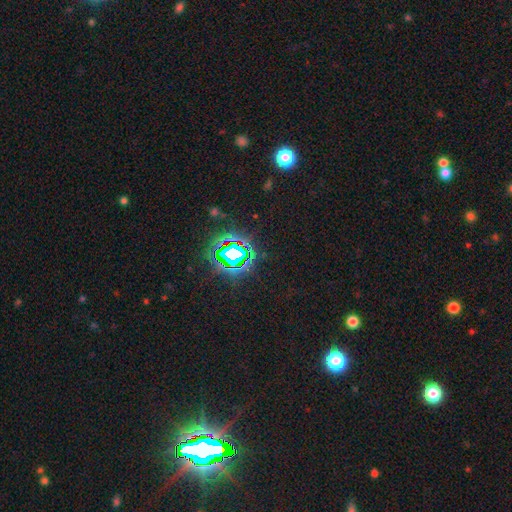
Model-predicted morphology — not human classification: This appears to be a star or artifact, not a galaxy (83%).